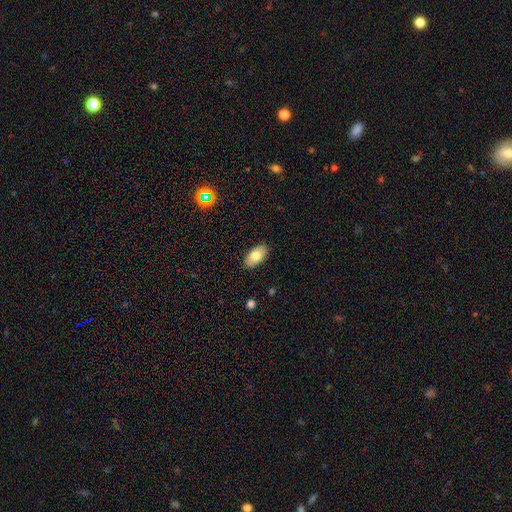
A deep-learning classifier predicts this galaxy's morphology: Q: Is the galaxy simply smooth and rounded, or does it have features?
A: smooth — 77%.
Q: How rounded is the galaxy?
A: in between — 94%.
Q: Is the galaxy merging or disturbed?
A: none — 88%.